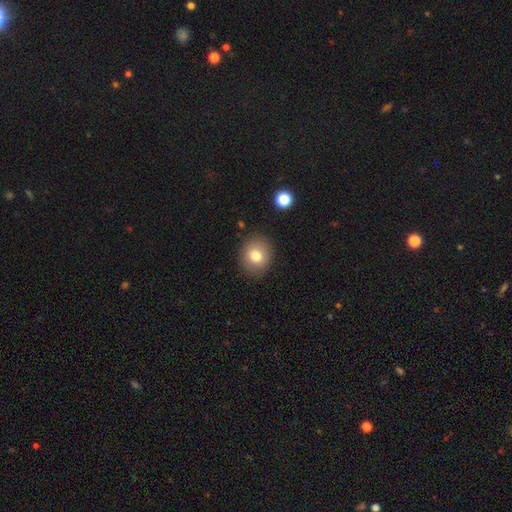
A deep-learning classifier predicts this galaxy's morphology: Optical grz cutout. It shows a smooth galaxy with no disk features (78%) that is round (75%). Merging: none (87%).